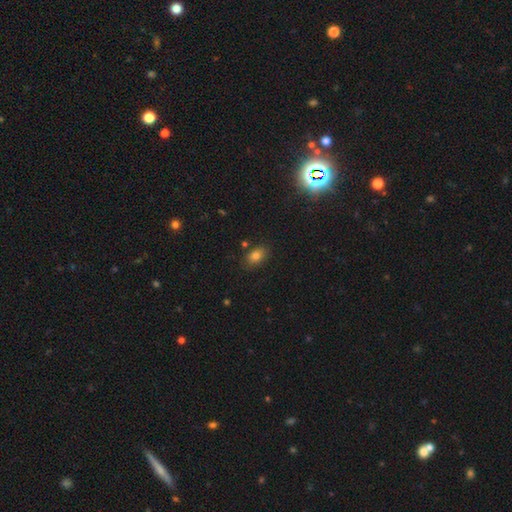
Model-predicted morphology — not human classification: A smooth galaxy with no disk features (78%) that is in between round and cigar-shaped (79%).

Vote fractions:
- Smooth or featured? smooth: 78% / star or artifact: 14% / featured or disk: 8%
- How rounded? in between: 79% / round: 19% / cigar-shaped: 2%
- Merging? none: 80% / minor disturbance: 14% / major disturbance: 3% / merger: 3%